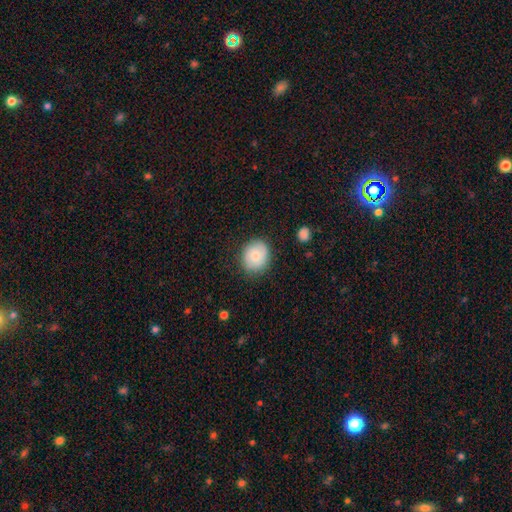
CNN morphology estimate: The model was most divided on "how rounded": round: 71%, in between: 29%, cigar-shaped: 1%. More confident: merging — none (83%); smooth or featured — smooth (69%).